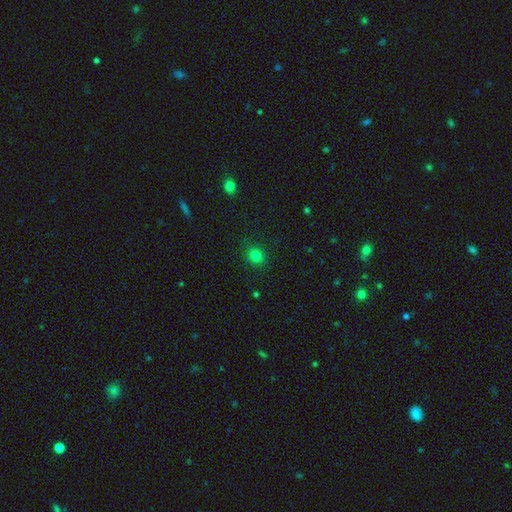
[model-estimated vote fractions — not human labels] smooth_or_featured: smooth (p=0.80) [alt: star or artifact p=0.15]
how_rounded: round (p=0.74) [alt: in between p=0.25]
merging: none (p=0.88) [alt: minor disturbance p=0.08]